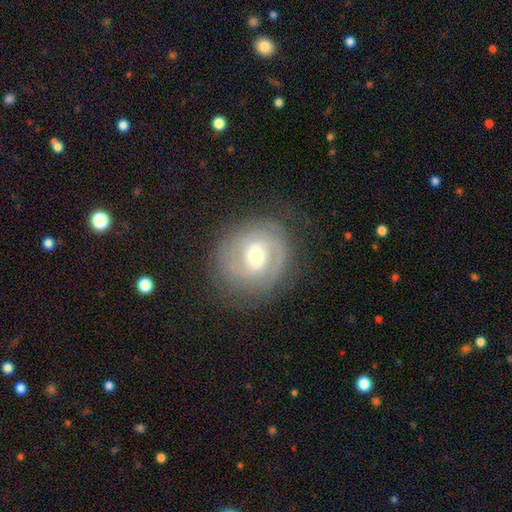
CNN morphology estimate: Overall: featured or disk (84%). Edge-on disk: no (97%). Bar: weak (56%; strong 23%). Spiral arms: yes (94%). Spiral arm count: 2 (48%; can't tell 25%). Spiral winding: tight (68%). Bulge size: moderate (63%; small 29%). Merging: none (78%).